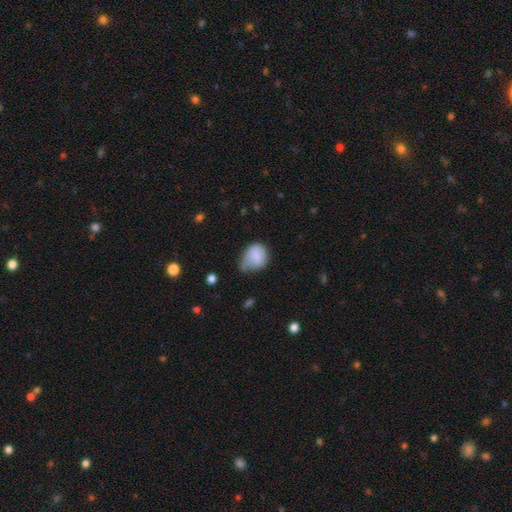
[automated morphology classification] smooth 82%, featured or disk 9%, star or artifact 8%. Down the decision tree: how rounded — round (55%); merging — minor disturbance (45%).